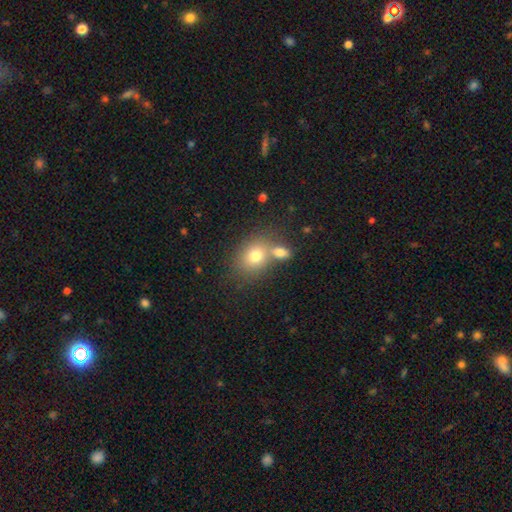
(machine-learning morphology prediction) type=smooth (74%); roundness=in between (51%); merging=none (45%).